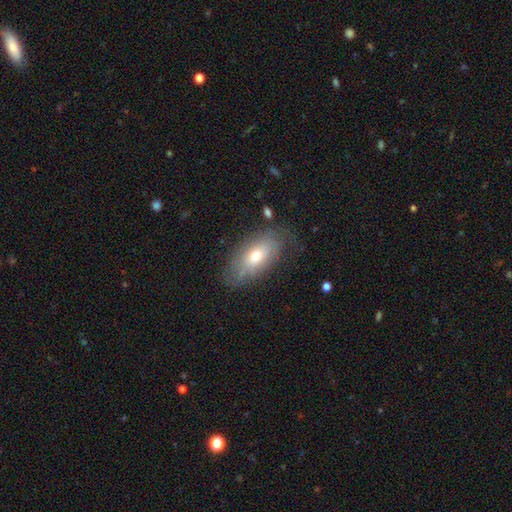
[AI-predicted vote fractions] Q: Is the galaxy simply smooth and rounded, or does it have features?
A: smooth — 60%.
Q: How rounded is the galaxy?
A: in between — 89%.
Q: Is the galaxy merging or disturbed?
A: none — 66%.